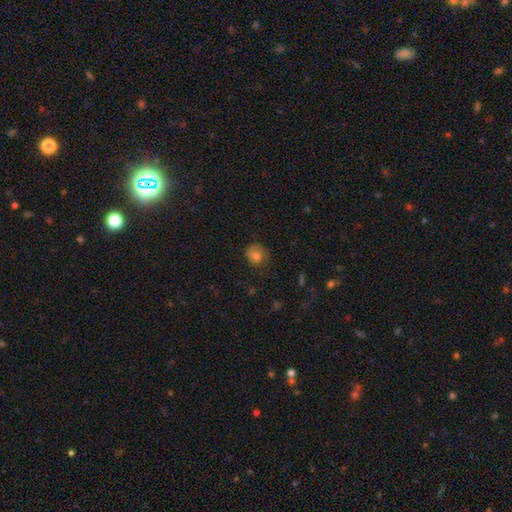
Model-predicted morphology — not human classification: Overall: smooth (75%). How rounded: round (69%; in between 31%). Merging: none (57%; minor disturbance 27%).